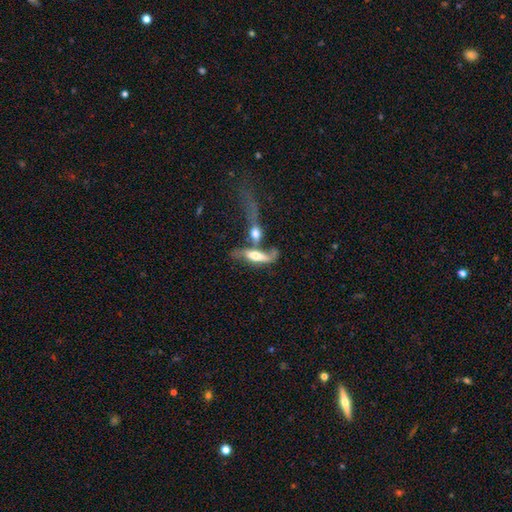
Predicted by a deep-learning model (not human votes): The model was most divided on "smooth or featured": smooth: 47%, featured or disk: 46%, star or artifact: 8%. More confident: merging — merger (58%).